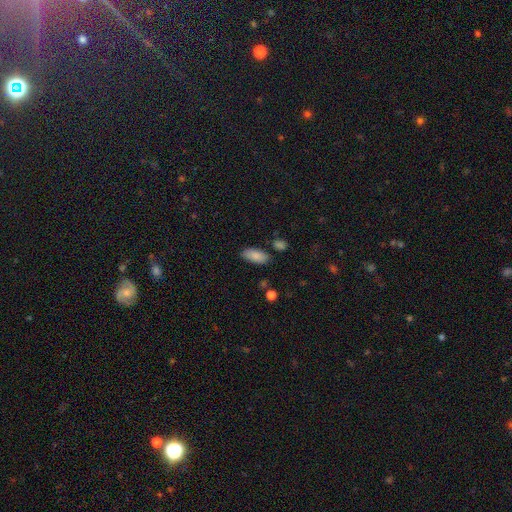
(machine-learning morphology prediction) The model was most divided on "merging": none: 80%, minor disturbance: 13%, merger: 4%, major disturbance: 3%. More confident: how rounded — in between (89%); smooth or featured — smooth (87%).